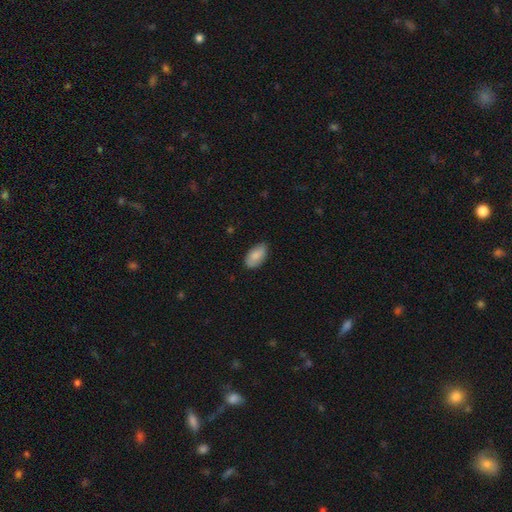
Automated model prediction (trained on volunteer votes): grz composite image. It shows a smooth galaxy with no disk features (85%) that is in between round and cigar-shaped (94%). Merging: none (81%).